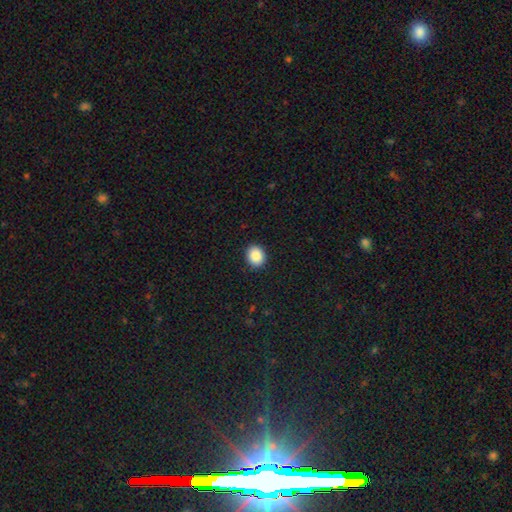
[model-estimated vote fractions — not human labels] Q: Smooth or featured?
A: smooth (88%); runner-up: star or artifact (9%)
Q: How rounded?
A: round (63%); runner-up: in between (36%)
Q: Merging?
A: none (91%); runner-up: minor disturbance (6%)